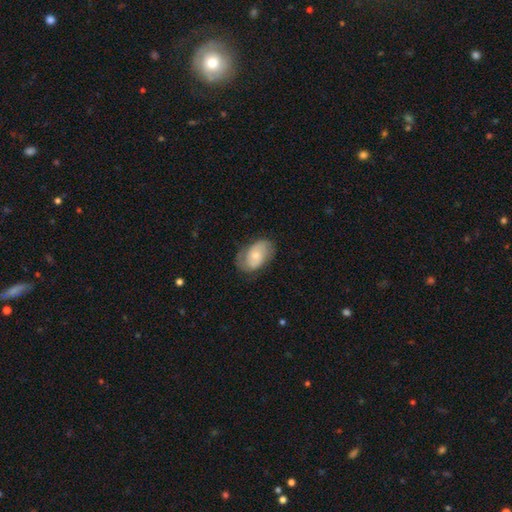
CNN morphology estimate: Smooth or featured: smooth — 50% (featured or disk — 44%)
Merging: none — 66% (minor disturbance — 24%)